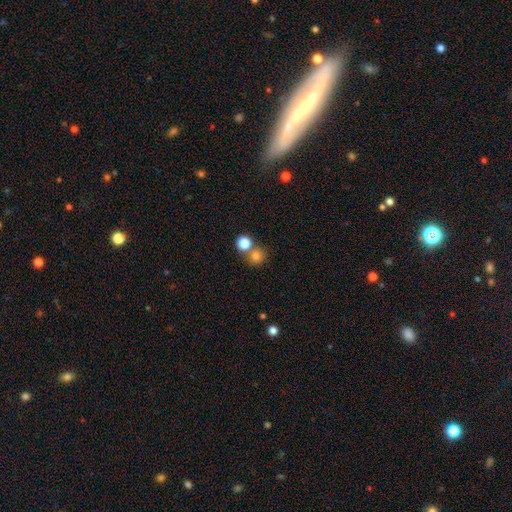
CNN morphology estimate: smooth-or-featured: smooth: 77% | star or artifact: 15% | featured or disk: 8%
  how-rounded: round: 88% | in between: 11% | cigar-shaped: 1%
  merging: none: 60% | merger: 30% | minor disturbance: 7% | major disturbance: 3%